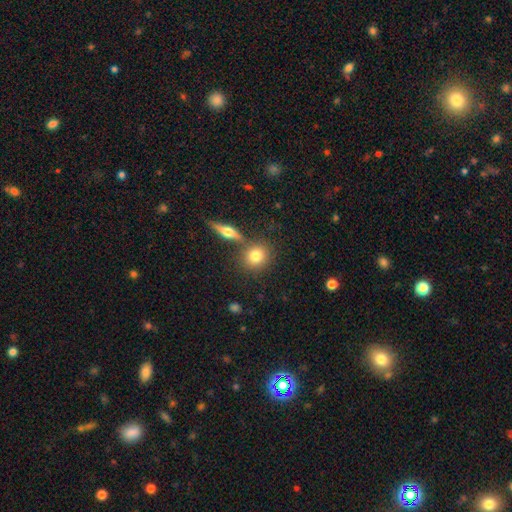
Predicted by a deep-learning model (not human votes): A smooth galaxy with no disk features (77%) that is round (78%). Merging: none (70%).